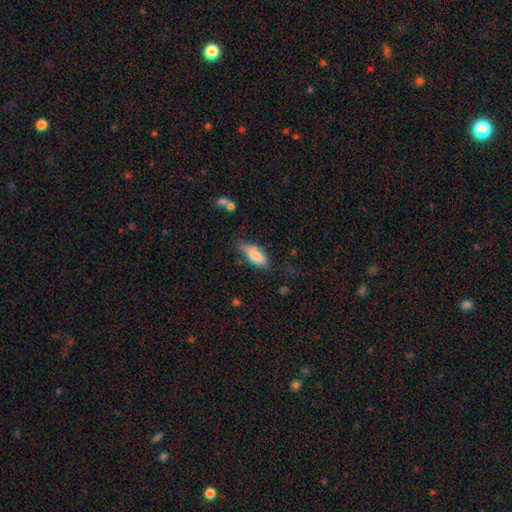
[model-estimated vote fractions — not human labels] Smooth or featured? smooth (77%)
How rounded? in between (76%)
Merging? none (50%)